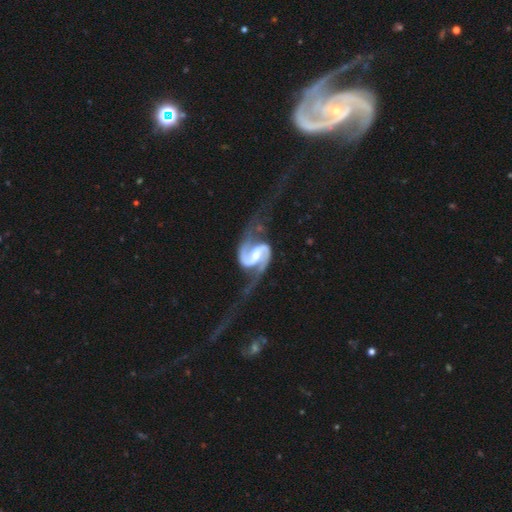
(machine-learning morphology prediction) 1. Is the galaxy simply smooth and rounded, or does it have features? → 94% featured or disk, 3% star or artifact, 3% smooth.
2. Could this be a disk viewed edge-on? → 98% no, 2% yes.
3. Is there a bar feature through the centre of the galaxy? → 41% weak, 38% strong, 21% no.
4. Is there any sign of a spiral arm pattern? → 98% yes, 2% no.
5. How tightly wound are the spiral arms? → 44% medium, 43% loose, 13% tight.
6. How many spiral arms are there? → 94% 2, 1% can't tell, 1% 1, 1% 3, 1% 4, 1% more than 4.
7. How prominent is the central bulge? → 62% moderate, 32% small, 4% large, 1% none, 1% dominant.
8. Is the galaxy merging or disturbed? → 52% none, 27% major disturbance, 18% minor disturbance, 3% merger.